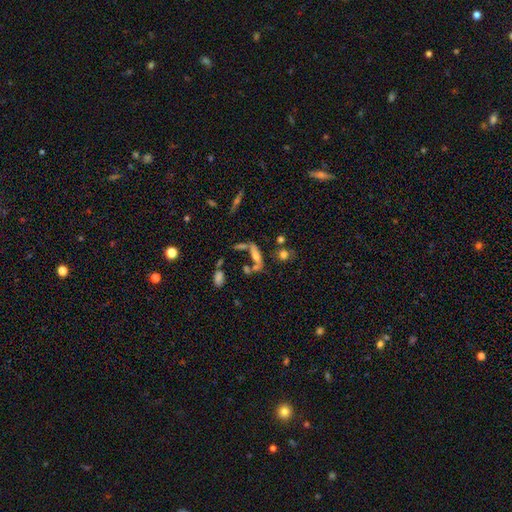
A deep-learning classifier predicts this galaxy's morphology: type=smooth (52%); roundness=cigar-shaped (54%); merging=none (49%).